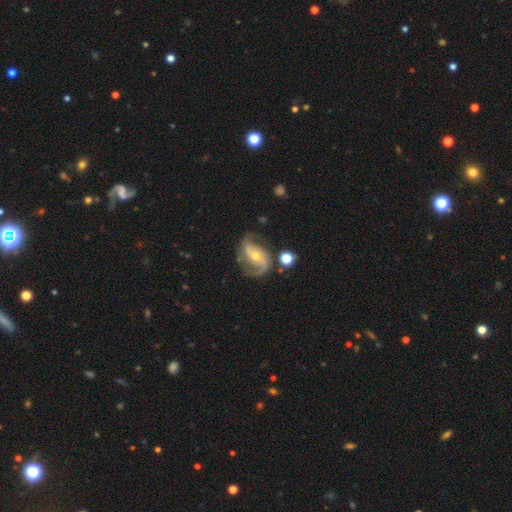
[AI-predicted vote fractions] smooth-or-featured: featured or disk: 87% | smooth: 7% | star or artifact: 6%
  disk-edge-on: no: 97% | yes: 3%
    bar: weak: 36% | no: 35% | strong: 29%
    has-spiral-arms: yes: 96% | no: 4%
      spiral-winding: medium: 44% | loose: 40% | tight: 16%
      spiral-arm-count: 2: 87% | 1: 4% | can't tell: 4% | 3: 3% | 4: 1% | more than 4: 1%
    bulge-size: moderate: 52% | small: 44% | large: 2% | none: 1% | dominant: 1%
  merging: none: 67% | minor disturbance: 19% | major disturbance: 10% | merger: 4%